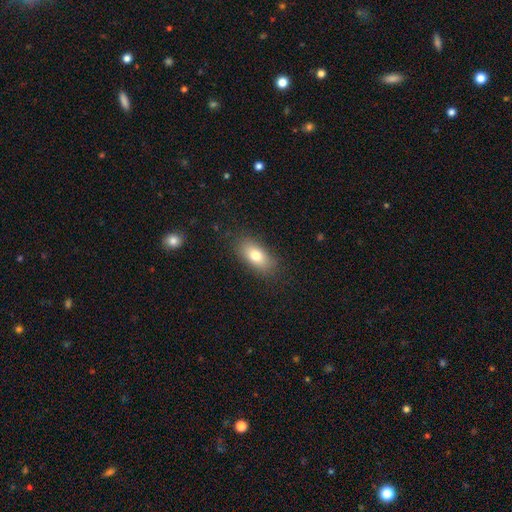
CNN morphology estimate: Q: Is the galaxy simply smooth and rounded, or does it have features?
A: smooth — 77%.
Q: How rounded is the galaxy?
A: in between — 86%.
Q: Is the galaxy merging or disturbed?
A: none — 84%.